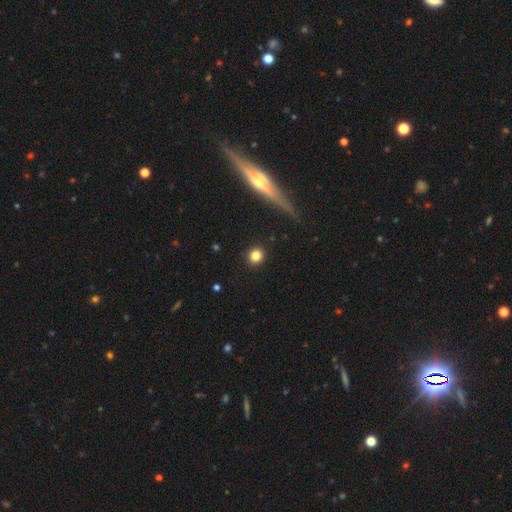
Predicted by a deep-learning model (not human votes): A smooth galaxy with no disk features (82%) that is round (87%).

Vote fractions:
- Smooth or featured? smooth: 82% / star or artifact: 11% / featured or disk: 7%
- How rounded? round: 87% / in between: 11% / cigar-shaped: 2%
- Merging? none: 92% / minor disturbance: 5% / major disturbance: 2% / merger: 1%